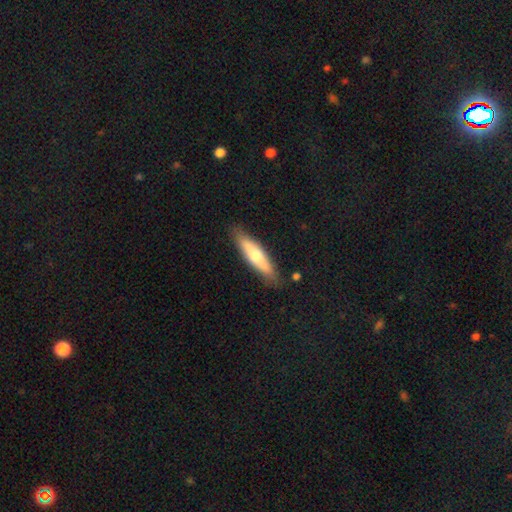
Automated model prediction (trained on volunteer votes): A smooth galaxy with no disk features (55%) that is cigar-shaped (72%). Merging: none (86%).